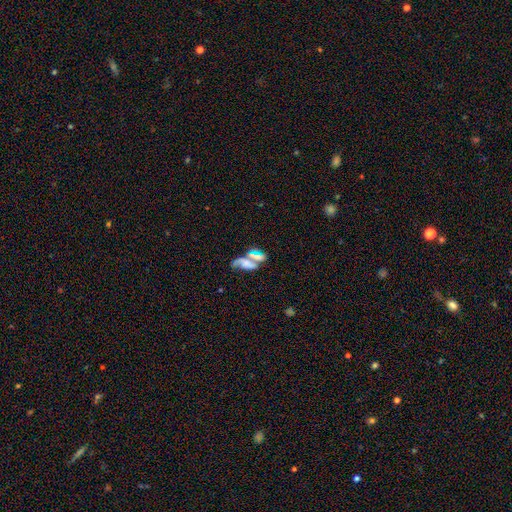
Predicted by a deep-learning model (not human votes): smooth 45%, featured or disk 41%, star or artifact 14%. Down the decision tree: merging — merger (64%).